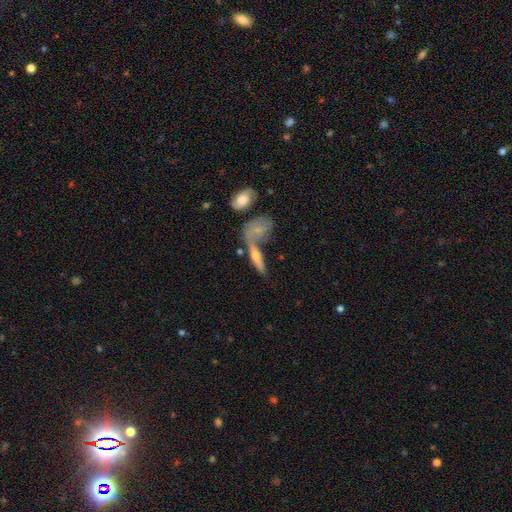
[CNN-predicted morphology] This appears to be a featured or disk galaxy (46%, tied with smooth). Merging: none (43%).